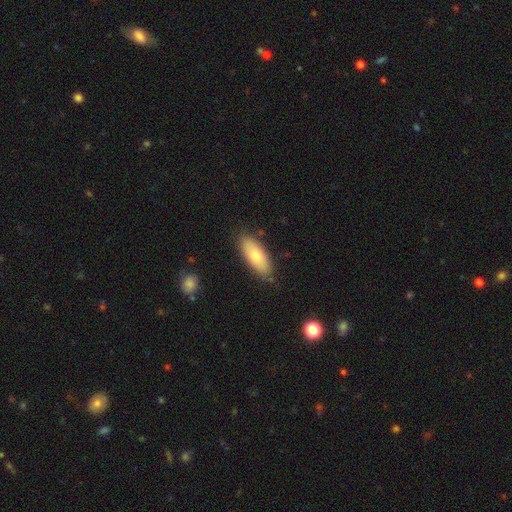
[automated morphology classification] smooth_or_featured: smooth (p=0.77) [alt: featured or disk p=0.17]
how_rounded: in between (p=0.79) [alt: cigar-shaped p=0.19]
merging: none (p=0.80) [alt: minor disturbance p=0.15]